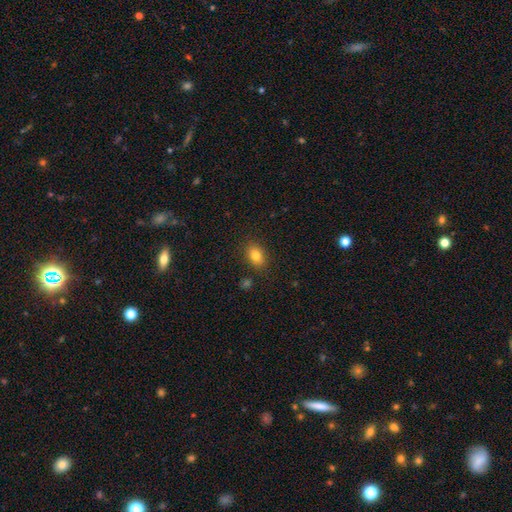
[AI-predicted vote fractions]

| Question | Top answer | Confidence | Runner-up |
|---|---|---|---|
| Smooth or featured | smooth | 80% | star or artifact (10%) |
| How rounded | in between | 79% | round (19%) |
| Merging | none | 85% | minor disturbance (10%) |